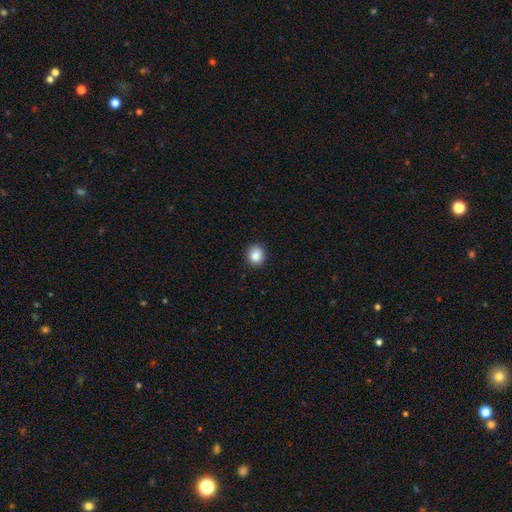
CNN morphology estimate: A smooth galaxy with no disk features (87%) that is round (79%).

Vote fractions:
- Smooth or featured? smooth: 87% / star or artifact: 9% / featured or disk: 4%
- How rounded? round: 79% / in between: 20% / cigar-shaped: 1%
- Merging? none: 89% / minor disturbance: 8% / major disturbance: 2% / merger: 1%